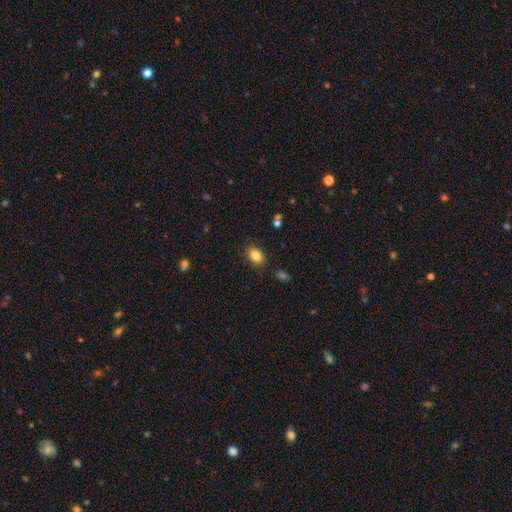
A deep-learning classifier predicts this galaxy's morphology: This is clearly a smooth galaxy (84%). How rounded: likely in between (78%). Merging: clearly none (85%).